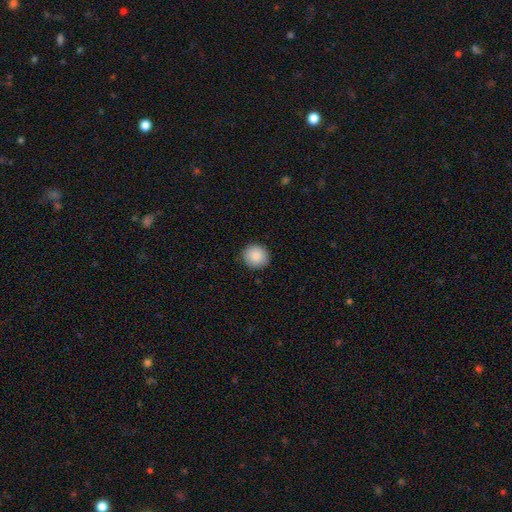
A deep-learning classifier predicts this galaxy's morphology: smooth-or-featured: smooth: 89% | star or artifact: 8% | featured or disk: 4%
  how-rounded: round: 90% | in between: 9% | cigar-shaped: 1%
  merging: none: 90% | minor disturbance: 7% | major disturbance: 2% | merger: 1%